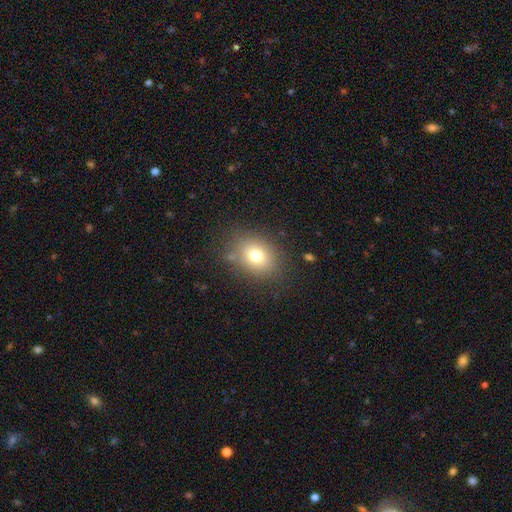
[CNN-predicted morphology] type=smooth (74%); roundness=in between (51%); merging=none (80%).